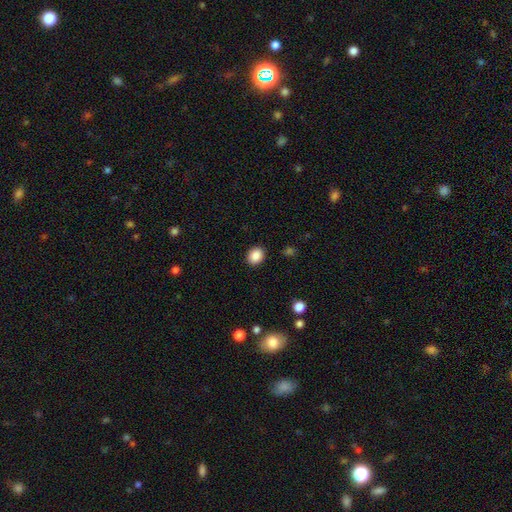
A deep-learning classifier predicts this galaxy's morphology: A smooth galaxy with no disk features (88%) that is round (59%). Merging: none (90%).